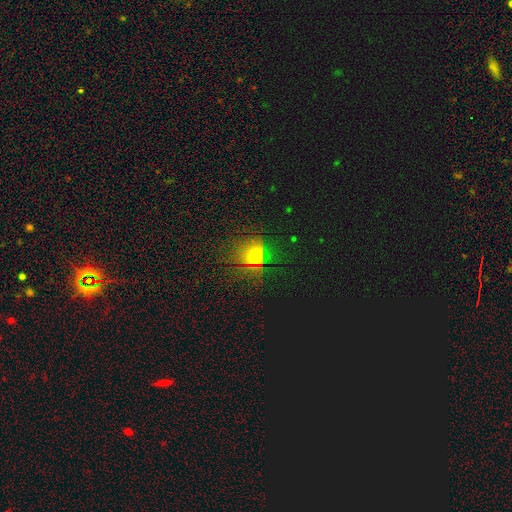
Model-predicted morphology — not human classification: A smooth galaxy with no disk features (49%). Merging: none (70%).